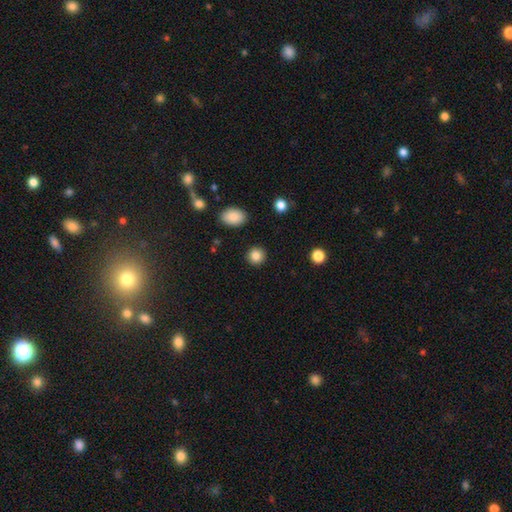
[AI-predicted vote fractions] Q: Smooth or featured?
A: smooth (85%); runner-up: star or artifact (10%)
Q: How rounded?
A: round (90%); runner-up: in between (9%)
Q: Merging?
A: none (91%); runner-up: minor disturbance (5%)